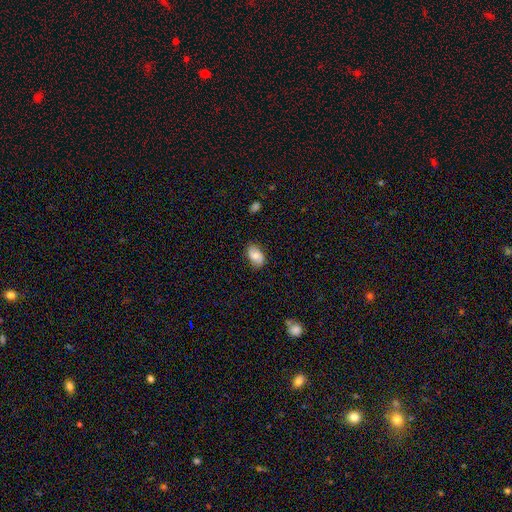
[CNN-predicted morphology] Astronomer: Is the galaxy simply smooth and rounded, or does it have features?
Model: smooth — 74%.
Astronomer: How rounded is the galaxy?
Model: in between — 89%.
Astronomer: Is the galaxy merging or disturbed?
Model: none — 80%.